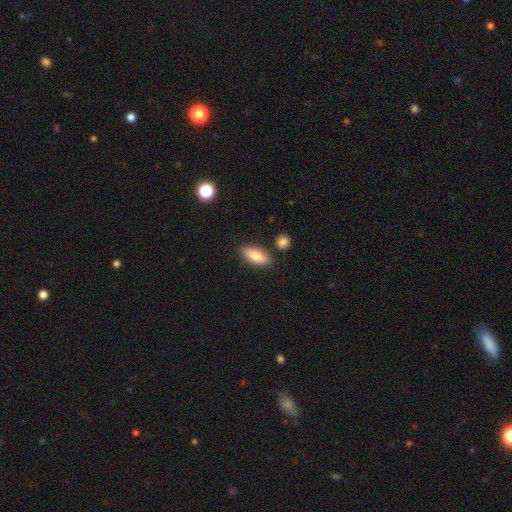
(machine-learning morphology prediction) Smooth or featured? Predicted: smooth (p=0.76). How rounded? Predicted: in between (p=0.72). Merging? Predicted: none (p=0.82).